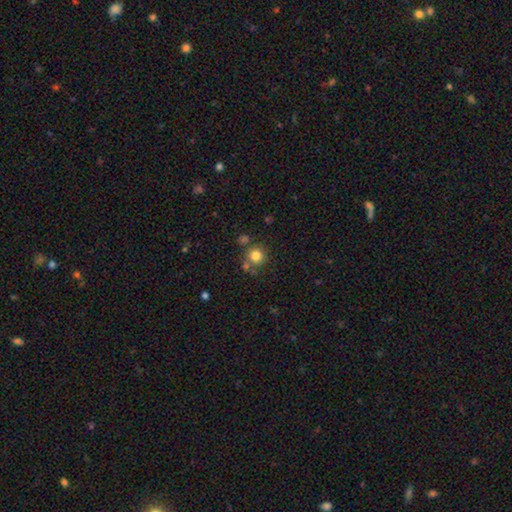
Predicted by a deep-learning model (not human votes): Q: Smooth or featured?
A: smooth (80%); runner-up: star or artifact (13%)
Q: How rounded?
A: round (92%); runner-up: in between (7%)
Q: Merging?
A: none (73%); runner-up: merger (14%)